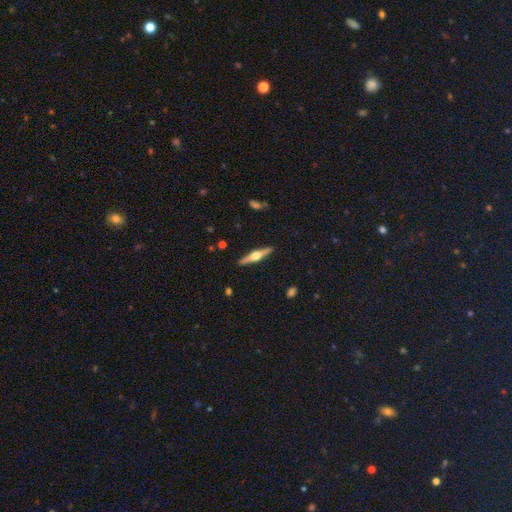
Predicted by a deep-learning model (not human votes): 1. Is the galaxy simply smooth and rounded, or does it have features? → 74% featured or disk, 20% smooth, 5% star or artifact.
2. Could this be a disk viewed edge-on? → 98% yes, 2% no.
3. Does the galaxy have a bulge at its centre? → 95% rounded, 3% boxy, 2% none.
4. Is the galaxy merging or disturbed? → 91% none, 6% minor disturbance, 1% major disturbance, 1% merger.